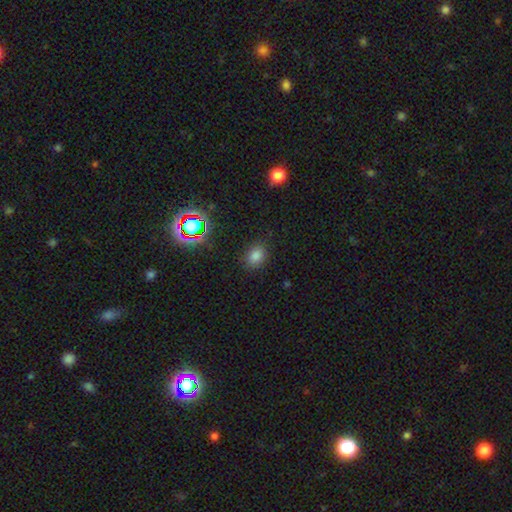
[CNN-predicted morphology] Smooth or featured: smooth — 77% (star or artifact — 18%)
How rounded: in between — 57% (round — 41%)
Merging: none — 84% (minor disturbance — 11%)